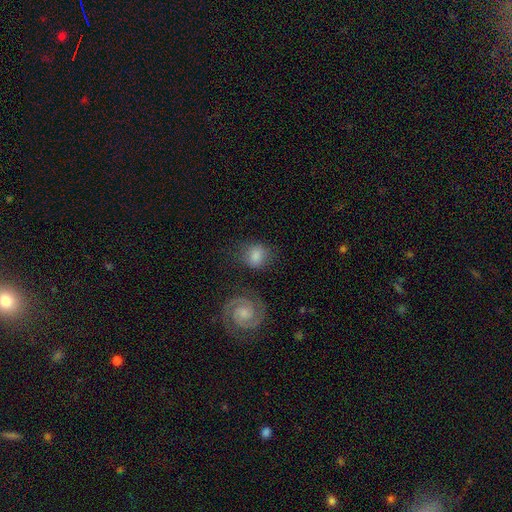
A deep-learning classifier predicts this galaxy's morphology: Overall: smooth (73%). How rounded: round (65%; in between 33%). Merging: none (69%).